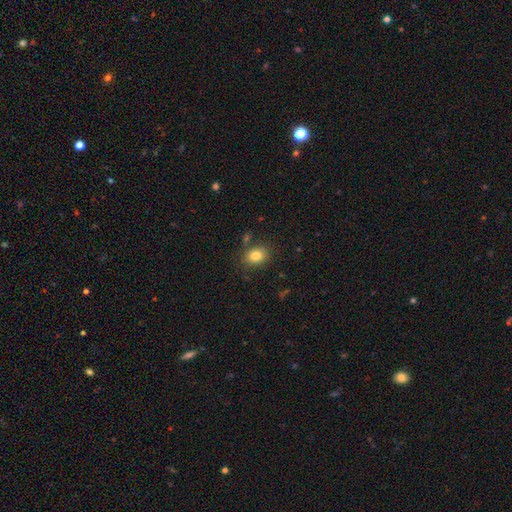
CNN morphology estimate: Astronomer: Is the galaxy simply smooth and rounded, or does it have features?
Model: smooth — 82%.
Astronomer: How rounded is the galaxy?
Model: in between — 64%.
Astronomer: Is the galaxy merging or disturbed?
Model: none — 79%.